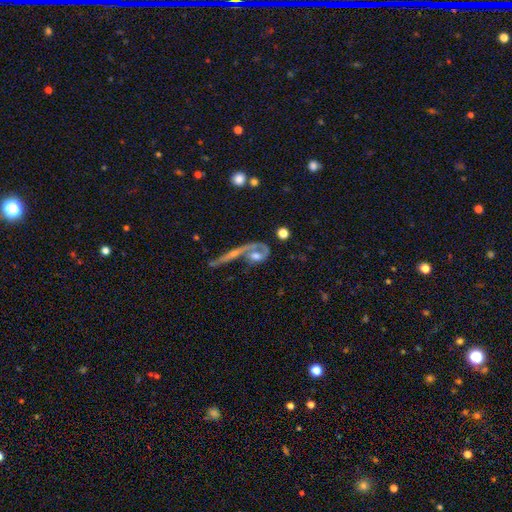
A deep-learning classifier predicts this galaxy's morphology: Smooth or featured? Predicted: featured or disk (p=0.53). Edge-on disk? Predicted: no (p=0.72). Merging? Predicted: merger (p=0.35).